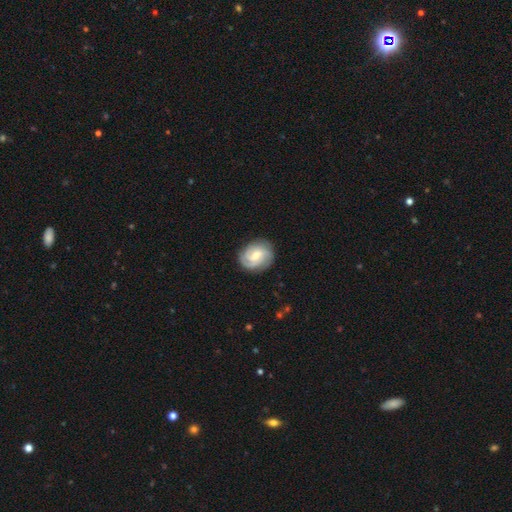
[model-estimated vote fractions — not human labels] This appears to be a featured or disk galaxy (79%) with a weak bar (51%), 3 (37%) tight (57%) spiral arms (96%) and a moderate central bulge (58%). Merging: none (80%).